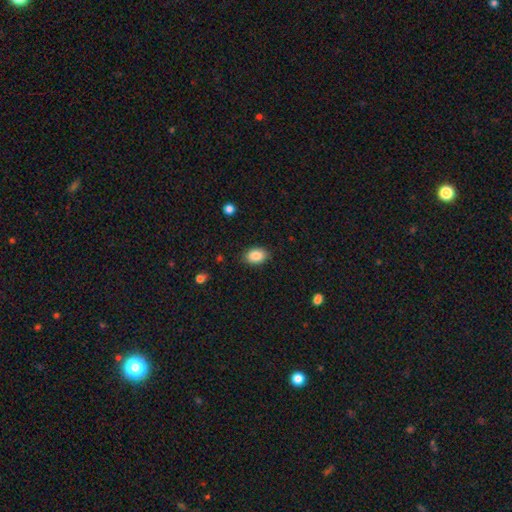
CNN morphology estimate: A smooth galaxy with no disk features (87%) that is in between round and cigar-shaped (84%). Merging: none (87%).